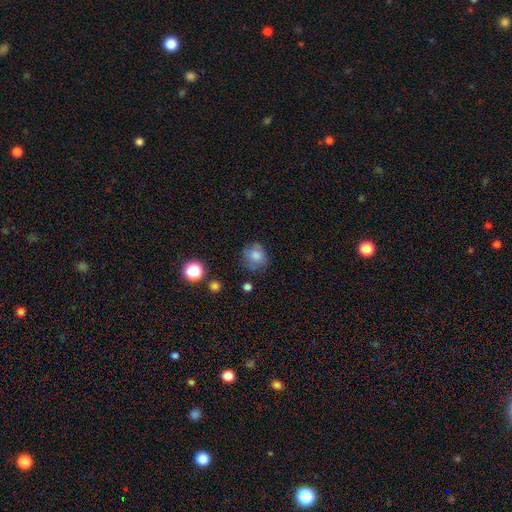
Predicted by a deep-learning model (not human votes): Smooth or featured? Predicted: smooth (p=0.79). How rounded? Predicted: round (p=0.80). Merging? Predicted: none (p=0.68).